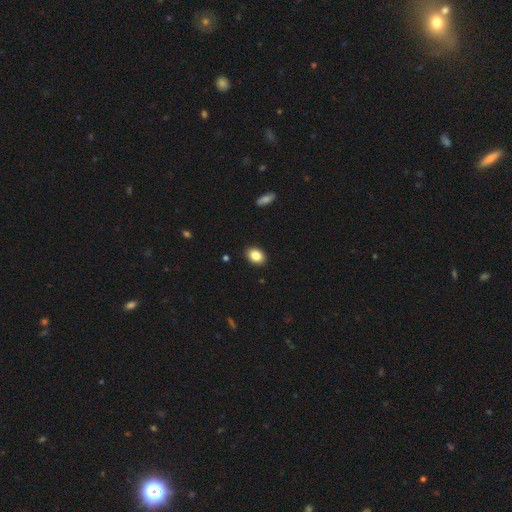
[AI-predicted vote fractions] A smooth galaxy with no disk features (85%) that is in between round and cigar-shaped (70%).

Vote fractions:
- Smooth or featured? smooth: 85% / star or artifact: 9% / featured or disk: 6%
- How rounded? in between: 70% / round: 29% / cigar-shaped: 1%
- Merging? none: 90% / minor disturbance: 7% / major disturbance: 2% / merger: 1%